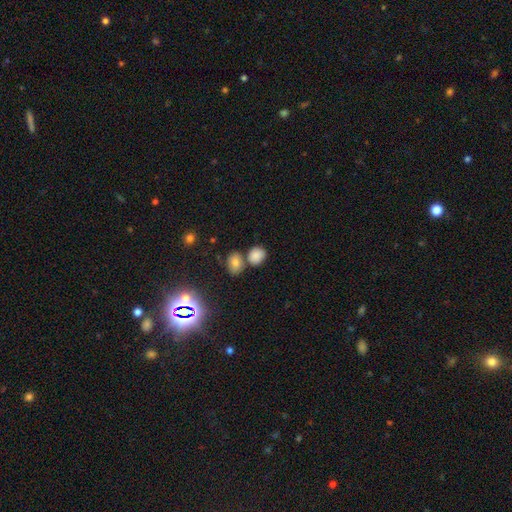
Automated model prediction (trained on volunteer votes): Smooth or featured?
  - smooth: 82% *
  - star or artifact: 12%
  - featured or disk: 6%
How rounded?
  - round: 57% *
  - in between: 41%
  - cigar-shaped: 1%
Merging?
  - none: 58% *
  - merger: 26%
  - minor disturbance: 13%
  - major disturbance: 4%